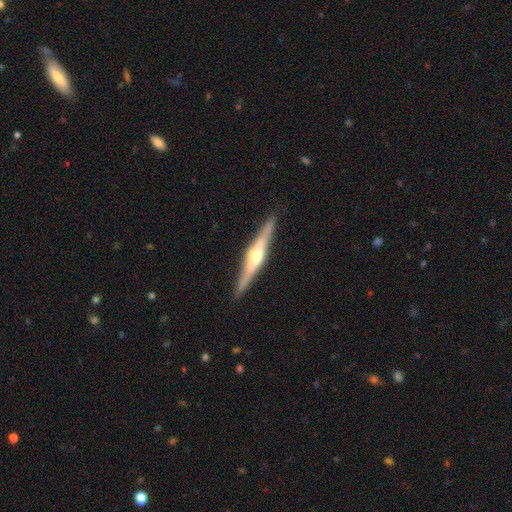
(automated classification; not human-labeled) Smooth or featured: featured or disk — 77% (smooth — 18%)
Edge-on disk: yes — 98% (no — 2%)
Edge-on bulge: rounded — 89% (boxy — 7%)
Merging: none — 91% (minor disturbance — 7%)